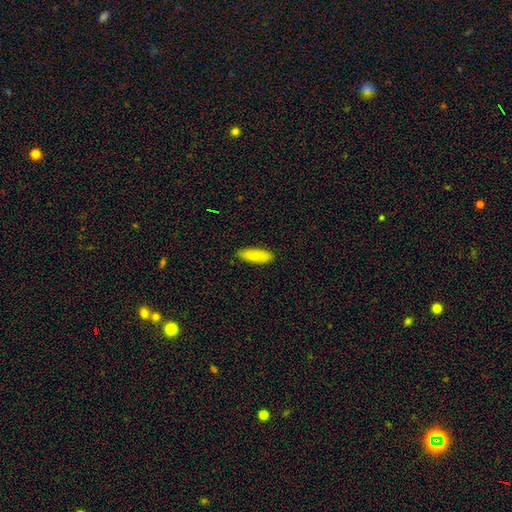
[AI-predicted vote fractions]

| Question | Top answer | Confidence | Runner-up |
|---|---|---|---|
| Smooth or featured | smooth | 83% | featured or disk (11%) |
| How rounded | in between | 64% | cigar-shaped (34%) |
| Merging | none | 88% | minor disturbance (9%) |